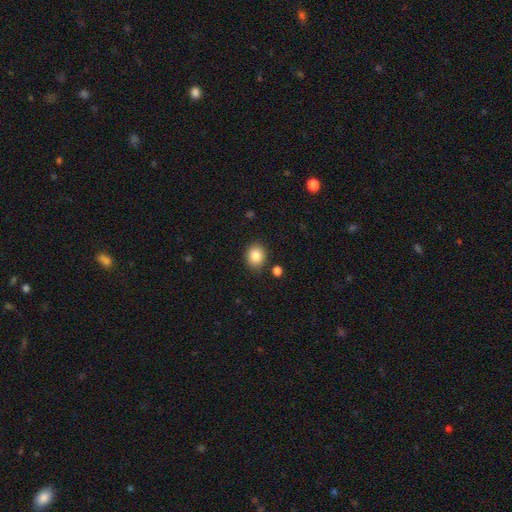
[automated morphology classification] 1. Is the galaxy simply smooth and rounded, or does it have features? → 85% smooth, 9% star or artifact, 6% featured or disk.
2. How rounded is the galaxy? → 75% round, 24% in between, 1% cigar-shaped.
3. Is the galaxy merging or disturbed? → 86% none, 9% minor disturbance, 3% merger, 2% major disturbance.